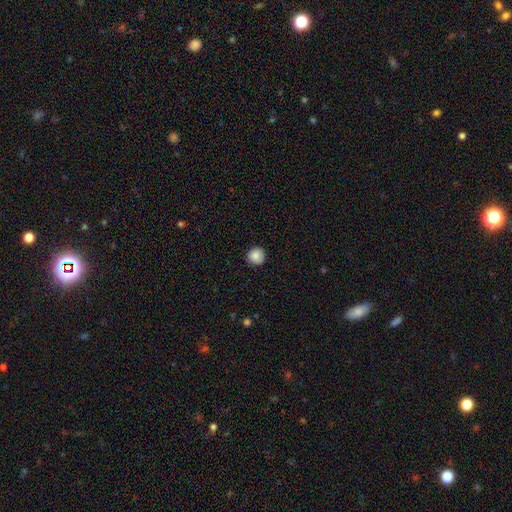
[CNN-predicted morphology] Smooth or featured? Predicted: smooth (p=0.86). How rounded? Predicted: round (p=0.93). Merging? Predicted: none (p=0.89).